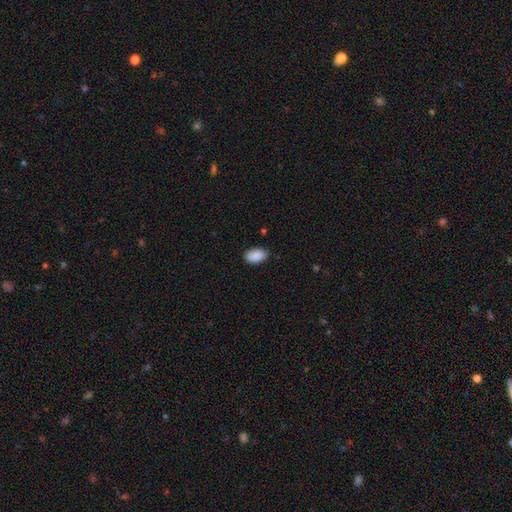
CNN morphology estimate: smooth 90%, star or artifact 7%, featured or disk 3%. Down the decision tree: how rounded — in between (93%); merging — none (83%).